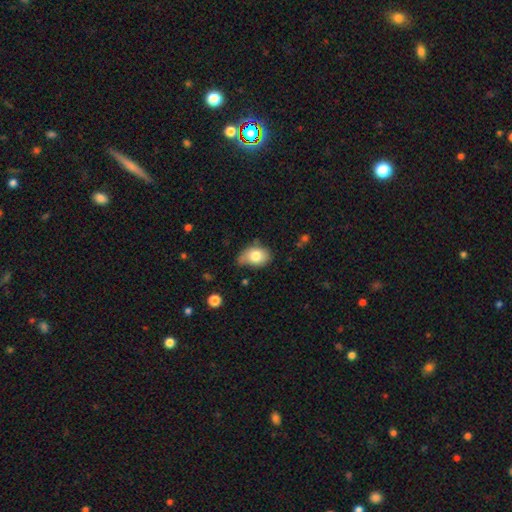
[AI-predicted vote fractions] A smooth galaxy with no disk features (78%) that is in between round and cigar-shaped (77%). Merging: none (49%).